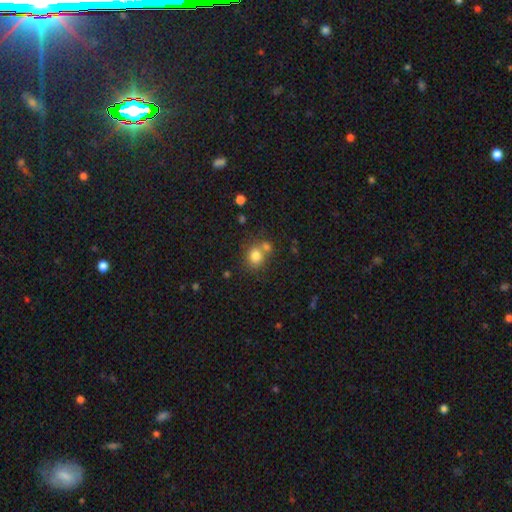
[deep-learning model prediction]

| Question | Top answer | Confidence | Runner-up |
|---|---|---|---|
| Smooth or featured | smooth | 80% | star or artifact (12%) |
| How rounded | round | 76% | in between (23%) |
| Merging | none | 54% | merger (32%) |